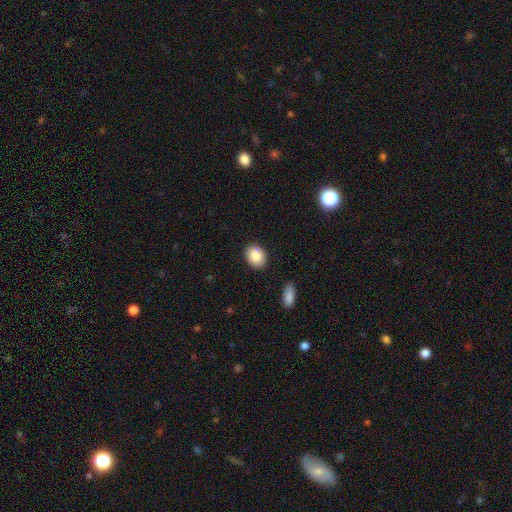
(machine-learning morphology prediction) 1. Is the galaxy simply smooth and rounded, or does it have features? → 86% smooth, 8% star or artifact, 7% featured or disk.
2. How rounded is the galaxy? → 60% in between, 39% round, 1% cigar-shaped.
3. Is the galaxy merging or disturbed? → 87% none, 9% minor disturbance, 2% major disturbance, 2% merger.